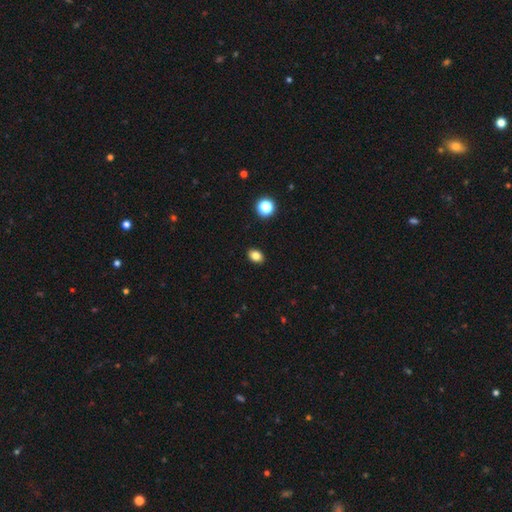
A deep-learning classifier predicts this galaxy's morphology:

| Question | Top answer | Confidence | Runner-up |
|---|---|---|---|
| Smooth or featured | smooth | 82% | star or artifact (12%) |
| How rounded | in between | 71% | round (28%) |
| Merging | none | 90% | minor disturbance (7%) |